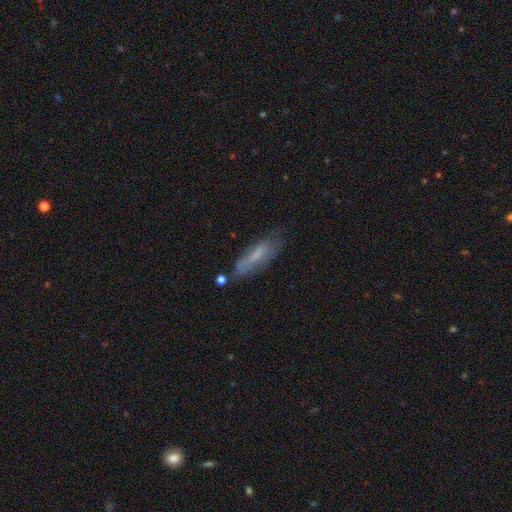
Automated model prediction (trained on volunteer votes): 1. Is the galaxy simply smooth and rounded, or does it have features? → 56% smooth, 35% featured or disk, 9% star or artifact.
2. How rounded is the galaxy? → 55% cigar-shaped, 43% in between, 2% round.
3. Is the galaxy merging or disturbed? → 59% none, 26% minor disturbance, 10% major disturbance, 5% merger.